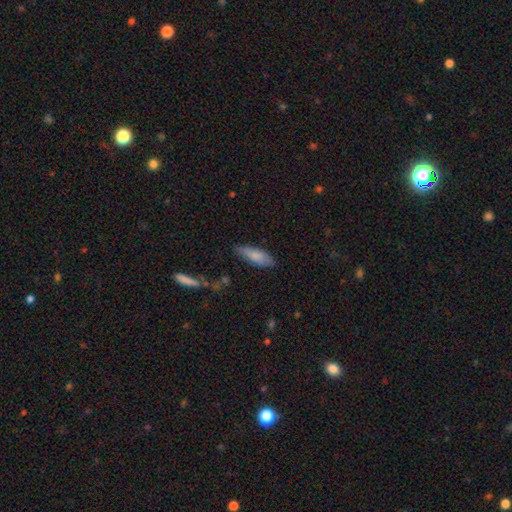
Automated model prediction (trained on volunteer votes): smooth 80%, featured or disk 13%, star or artifact 6%. Down the decision tree: how rounded — in between (62%); merging — none (75%).